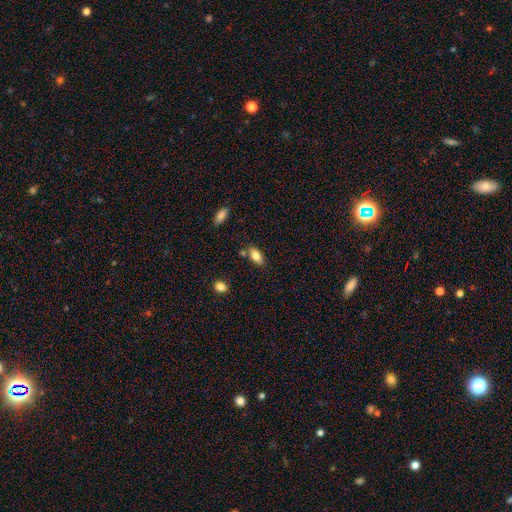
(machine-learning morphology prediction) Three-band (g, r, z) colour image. It shows a smooth galaxy with no disk features (79%) that is in between round and cigar-shaped (88%). Merging: none (74%).